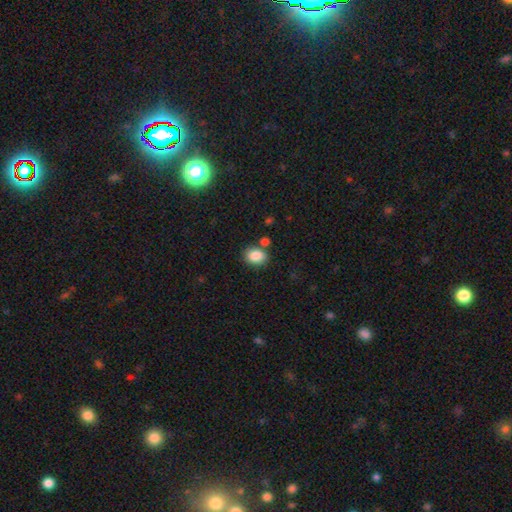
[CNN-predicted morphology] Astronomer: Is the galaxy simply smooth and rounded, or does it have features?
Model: smooth — 86%.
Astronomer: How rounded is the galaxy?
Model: in between — 54% (runner-up: round, 46%).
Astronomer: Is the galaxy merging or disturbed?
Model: none — 74%.